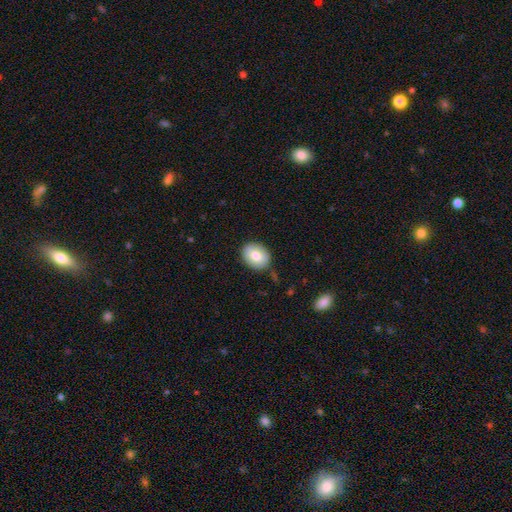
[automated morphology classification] Smooth or featured? smooth (79%)
How rounded? in between (58%)
Merging? none (86%)